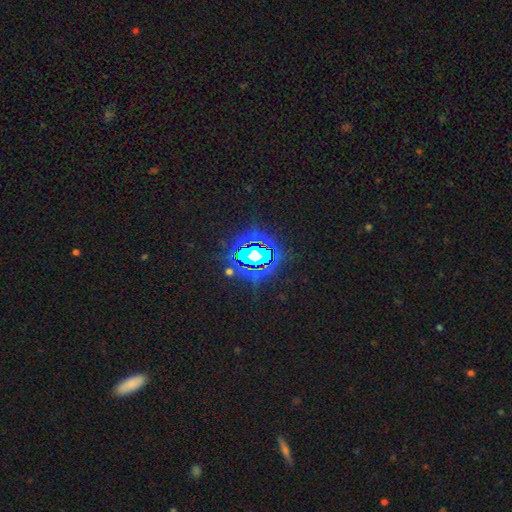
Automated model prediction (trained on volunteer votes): Smooth or featured: star or artifact — 76% (smooth — 12%)